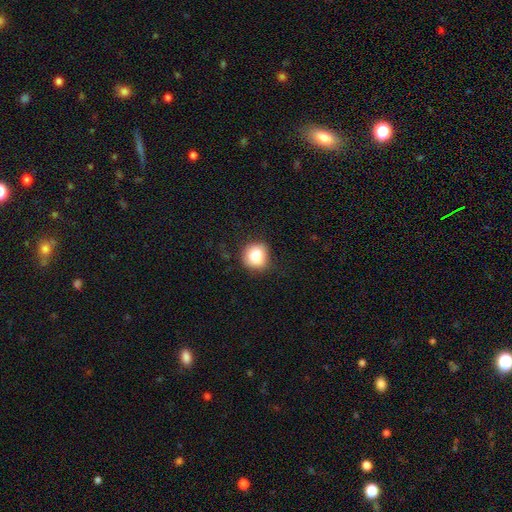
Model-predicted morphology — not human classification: type=smooth (84%); roundness=round (86%); merging=none (78%).